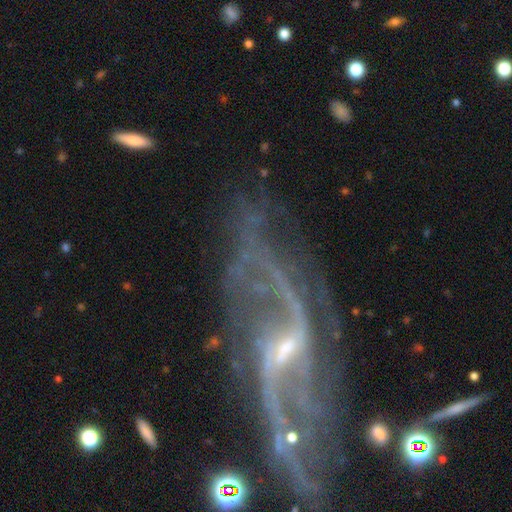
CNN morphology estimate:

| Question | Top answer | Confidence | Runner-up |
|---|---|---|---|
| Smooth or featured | featured or disk | 89% | star or artifact (7%) |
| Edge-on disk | no | 94% | yes (6%) |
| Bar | weak | 48% | strong (27%) |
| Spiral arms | yes | 95% | no (5%) |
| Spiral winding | loose | 71% | medium (22%) |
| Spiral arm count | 2 | 79% | can't tell (7%) |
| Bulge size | small | 75% | moderate (17%) |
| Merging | none | 55% | major disturbance (19%) |